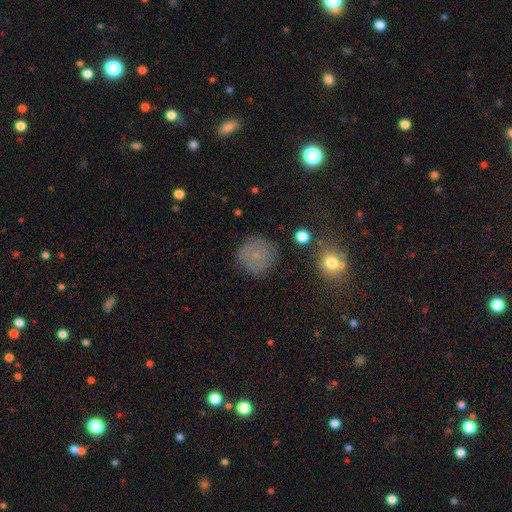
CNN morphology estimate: Smooth or featured: smooth — 59% (featured or disk — 27%)
How rounded: round — 92% (in between — 7%)
Merging: none — 79% (minor disturbance — 14%)